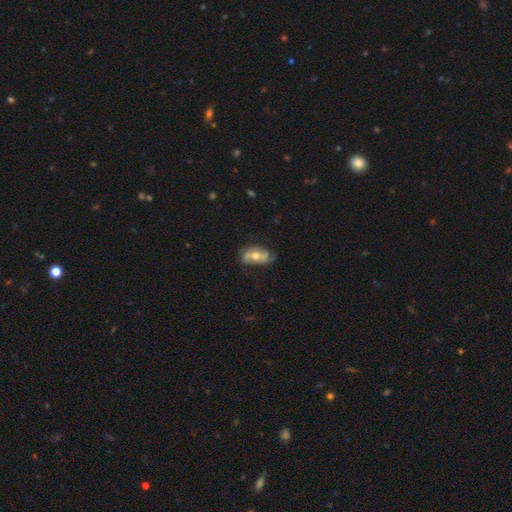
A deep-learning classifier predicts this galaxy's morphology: Smooth or featured? Predicted: featured or disk (p=0.58). Edge-on disk? Predicted: no (p=0.91). Bar? Predicted: no (p=0.60). Spiral arms? Predicted: yes (p=0.74). Bulge size? Predicted: moderate (p=0.73). Merging? Predicted: none (p=0.60).